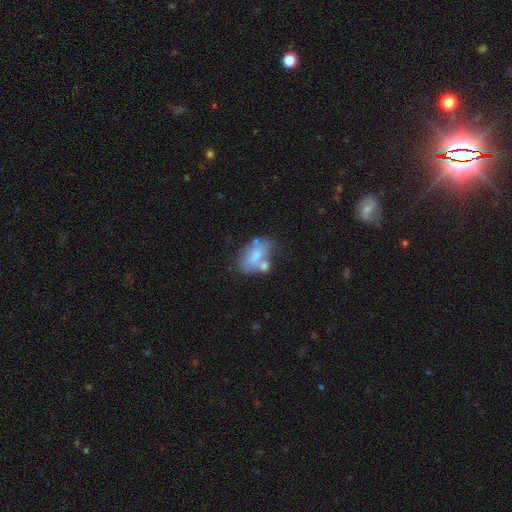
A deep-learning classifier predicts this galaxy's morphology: Smooth or featured? Predicted: smooth (p=0.58). How rounded? Predicted: in between (p=0.89). Merging? Predicted: merger (p=0.35).